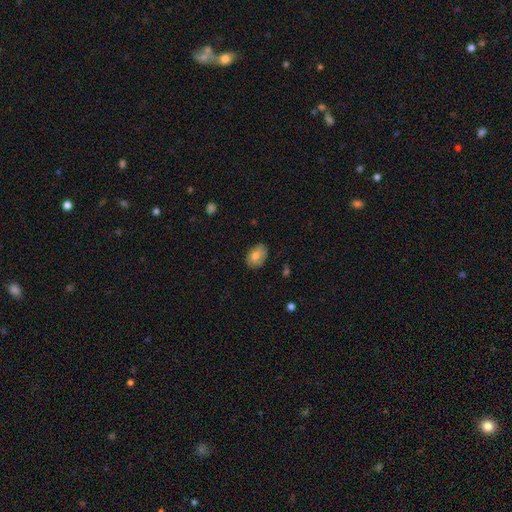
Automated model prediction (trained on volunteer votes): Smooth or featured?
  - smooth: 74% *
  - featured or disk: 19%
  - star or artifact: 7%
How rounded?
  - in between: 80% *
  - round: 19%
  - cigar-shaped: 1%
Merging?
  - none: 82% *
  - minor disturbance: 14%
  - major disturbance: 3%
  - merger: 1%